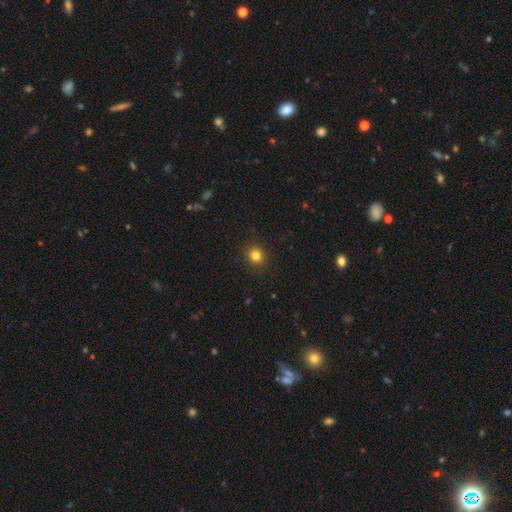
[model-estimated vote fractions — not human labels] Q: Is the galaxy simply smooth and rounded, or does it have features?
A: smooth — 82%.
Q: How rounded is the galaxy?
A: round — 86%.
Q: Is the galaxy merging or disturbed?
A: none — 91%.